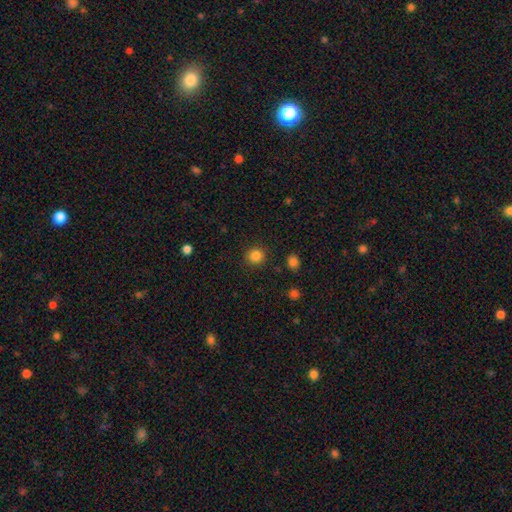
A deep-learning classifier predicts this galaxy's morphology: Smooth or featured? smooth (85%)
How rounded? round (91%)
Merging? none (90%)